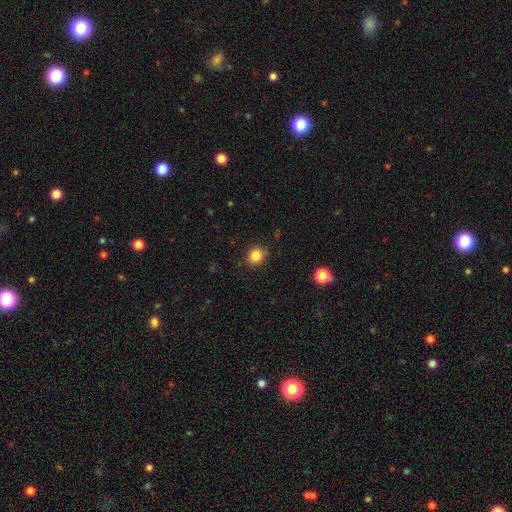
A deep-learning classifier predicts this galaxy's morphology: The model was most divided on "how rounded": round: 82%, in between: 17%, cigar-shaped: 1%. More confident: smooth or featured — smooth (85%); merging — none (85%).